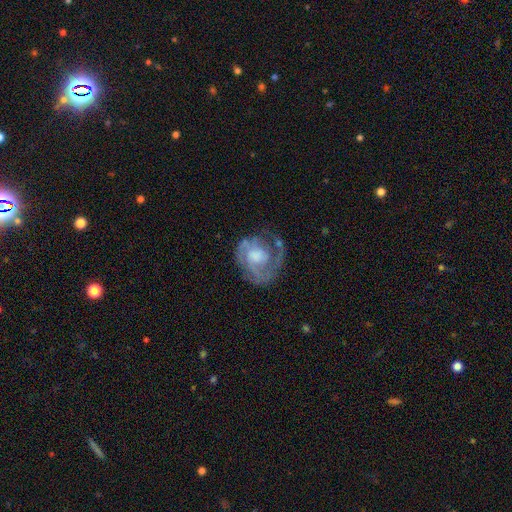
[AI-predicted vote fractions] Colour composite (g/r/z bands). It shows a featured or disk galaxy (76%) with no bar (70%), 1 (42%) tight (48%) spiral arms (85%) and a moderate central bulge (38%). Merging: none (52%).